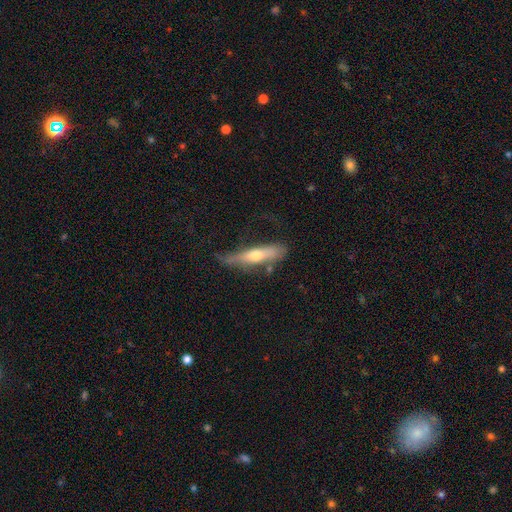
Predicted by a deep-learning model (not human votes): smooth-or-featured: featured or disk: 48% | smooth: 46% | star or artifact: 6%
  merging: none: 54% | minor disturbance: 29% | major disturbance: 13% | merger: 4%